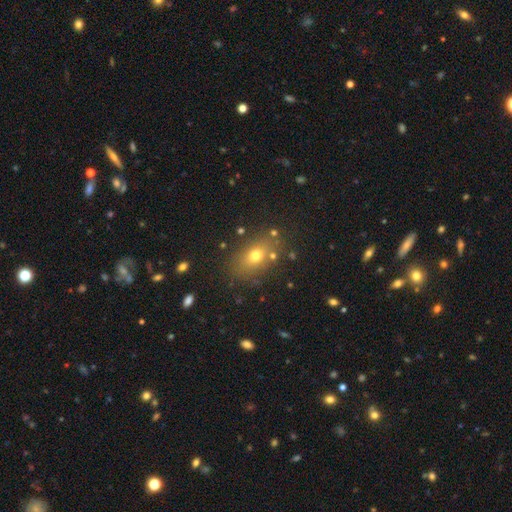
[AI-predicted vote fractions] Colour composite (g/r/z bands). It shows a smooth galaxy with no disk features (69%) that is in between round and cigar-shaped (70%). Merging: none (79%).